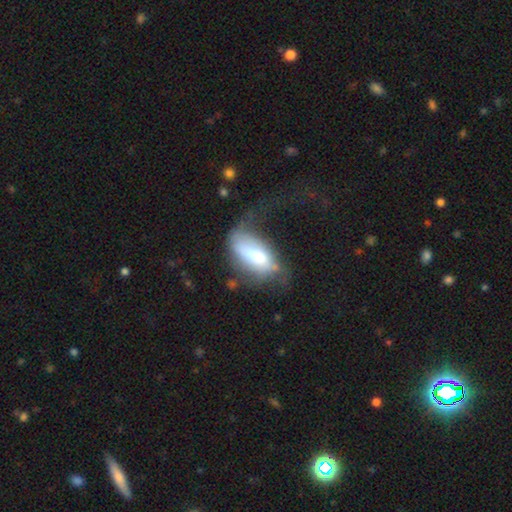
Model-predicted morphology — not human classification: Smooth or featured?
  - smooth: 60% *
  - featured or disk: 32%
  - star or artifact: 8%
How rounded?
  - in between: 83% *
  - cigar-shaped: 14%
  - round: 3%
Merging?
  - major disturbance: 43% *
  - minor disturbance: 26%
  - none: 24%
  - merger: 7%